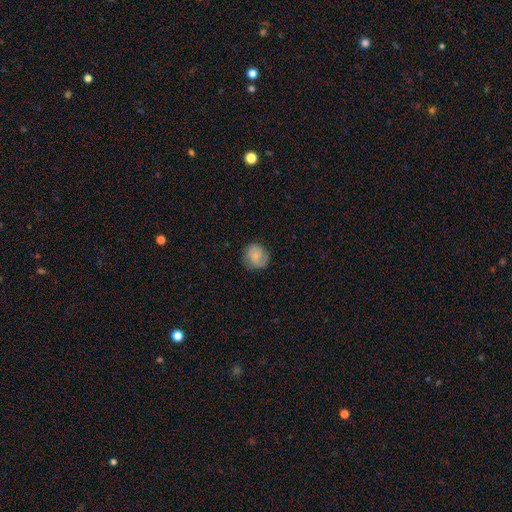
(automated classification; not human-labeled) This appears to be a smooth galaxy with no disk features (67%) that is round (82%). Merging: none (75%).